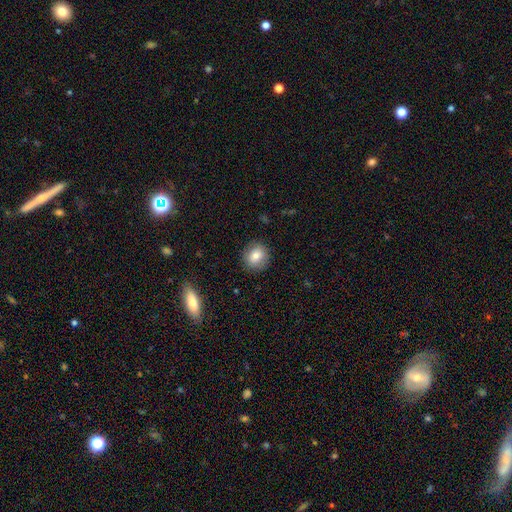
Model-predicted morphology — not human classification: type=smooth (78%); roundness=round (85%); merging=none (88%).